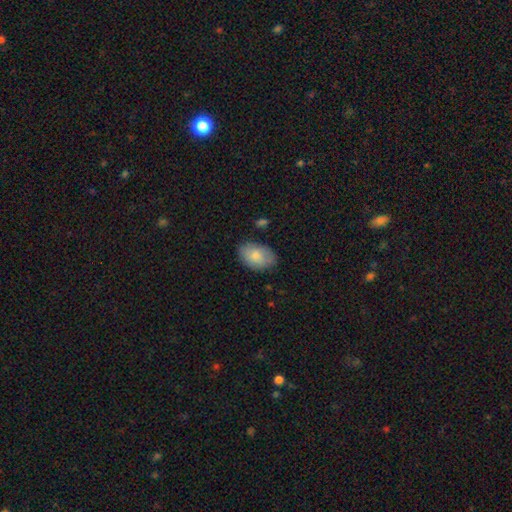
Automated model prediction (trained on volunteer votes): Morphology: type=smooth (81%); roundness=in between (88%); merging=none (76%).